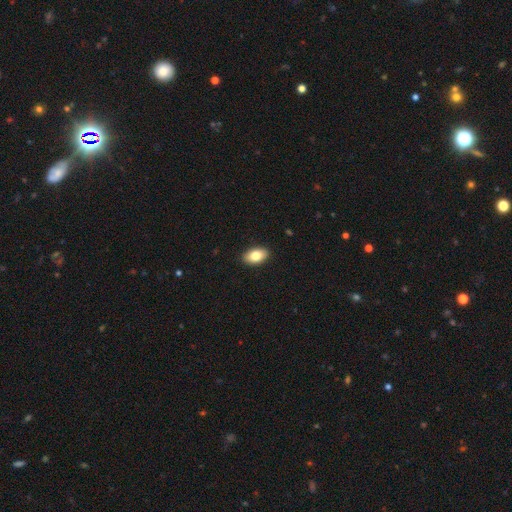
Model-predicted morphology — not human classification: Smooth or featured?
  - smooth: 82% *
  - featured or disk: 11%
  - star or artifact: 7%
How rounded?
  - in between: 92% *
  - round: 6%
  - cigar-shaped: 2%
Merging?
  - none: 90% *
  - minor disturbance: 7%
  - major disturbance: 2%
  - merger: 1%